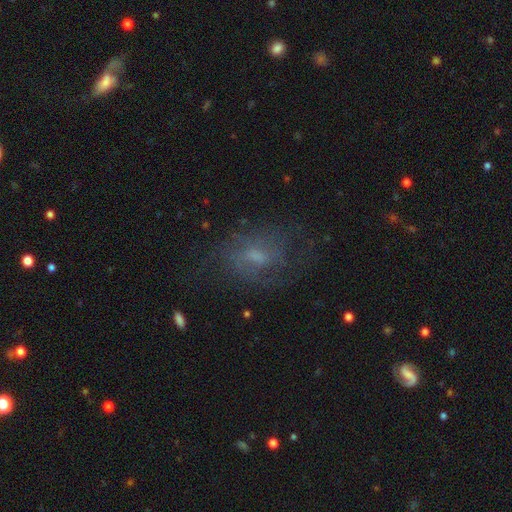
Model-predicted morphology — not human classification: A featured or disk galaxy (50%). Merging: none (58%).